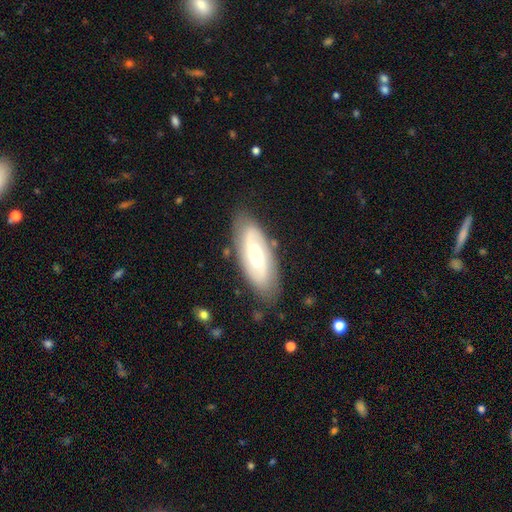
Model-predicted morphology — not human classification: Q: Smooth or featured?
A: featured or disk (65%); runner-up: smooth (30%)
Q: Edge-on disk?
A: no (89%); runner-up: yes (11%)
Q: Bar?
A: no (60%); runner-up: weak (31%)
Q: Spiral arms?
A: yes (88%); runner-up: no (12%)
Q: Spiral winding?
A: tight (50%); runner-up: medium (36%)
Q: Spiral arm count?
A: 2 (63%); runner-up: can't tell (26%)
Q: Bulge size?
A: small (58%); runner-up: moderate (35%)
Q: Merging?
A: none (80%); runner-up: minor disturbance (15%)